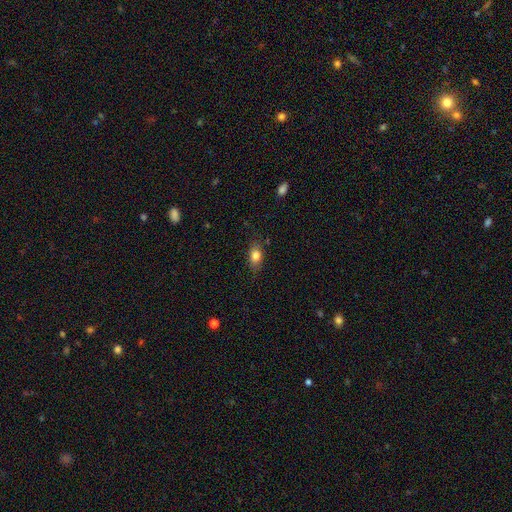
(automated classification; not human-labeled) Smooth or featured? smooth (80%)
How rounded? in between (78%)
Merging? none (79%)